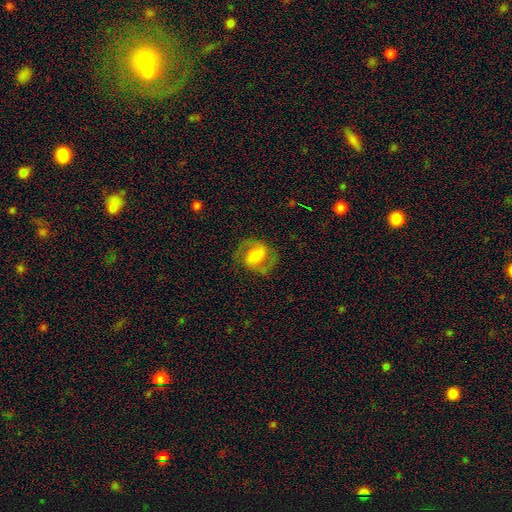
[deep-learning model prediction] This is likely a featured or disk galaxy (79%). It is clearly not viewed edge-on (98%). Bar: possibly weak (46%). Spiral arm pattern: clearly yes (94%). Spiral arm count: clearly 2 (92%). Spiral winding: possibly medium (59%). Central bulge: marginally moderate (40%). Merging: likely none (78%).